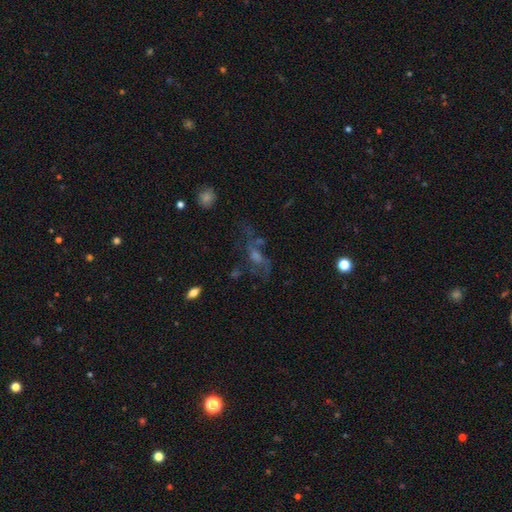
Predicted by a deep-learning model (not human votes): This is possibly a featured or disk galaxy (48%). Merging: possibly none (52%).